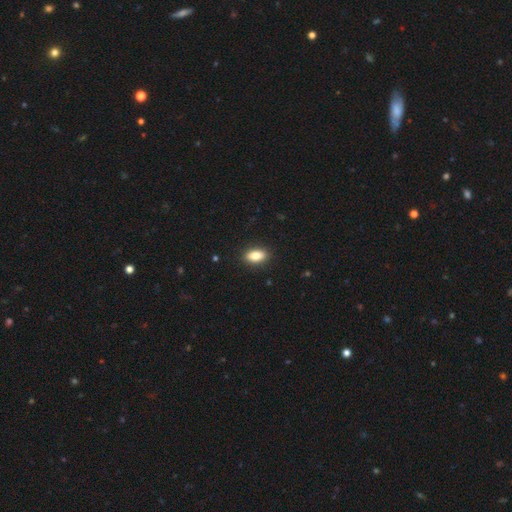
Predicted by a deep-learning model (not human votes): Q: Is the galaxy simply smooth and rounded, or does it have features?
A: smooth — 83%.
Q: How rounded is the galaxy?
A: in between — 88%.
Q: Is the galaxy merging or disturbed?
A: none — 90%.